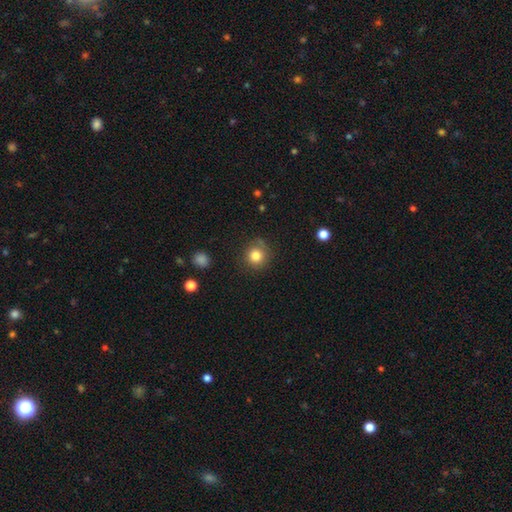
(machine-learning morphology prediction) smooth_or_featured: smooth (p=0.82) [alt: star or artifact p=0.11]
how_rounded: round (p=0.92) [alt: in between p=0.07]
merging: none (p=0.81) [alt: minor disturbance p=0.13]